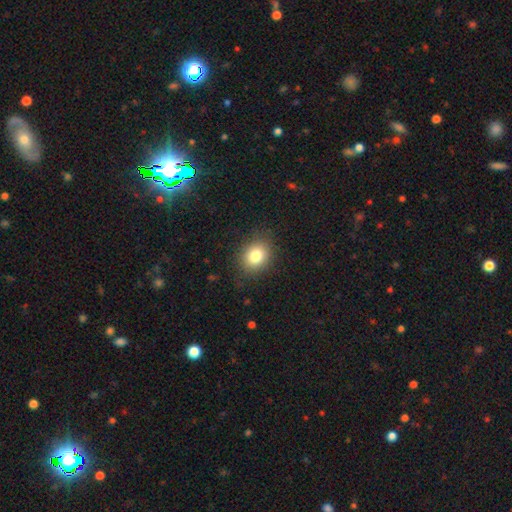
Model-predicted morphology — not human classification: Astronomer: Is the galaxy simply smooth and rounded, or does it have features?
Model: smooth — 81%.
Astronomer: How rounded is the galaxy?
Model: round — 52% (runner-up: in between, 47%).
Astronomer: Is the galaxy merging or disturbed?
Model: none — 86%.